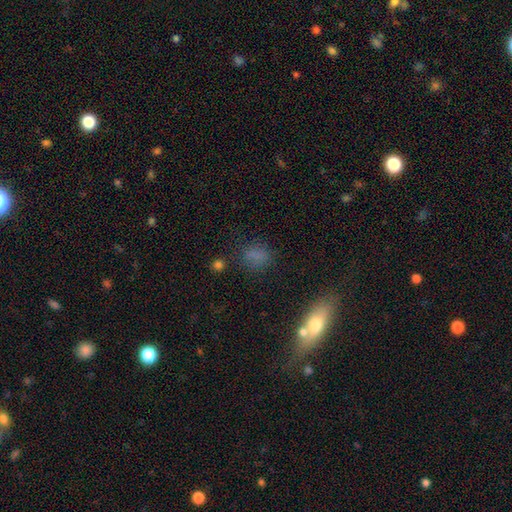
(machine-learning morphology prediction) type=smooth (71%); roundness=in between (59%); merging=none (71%).